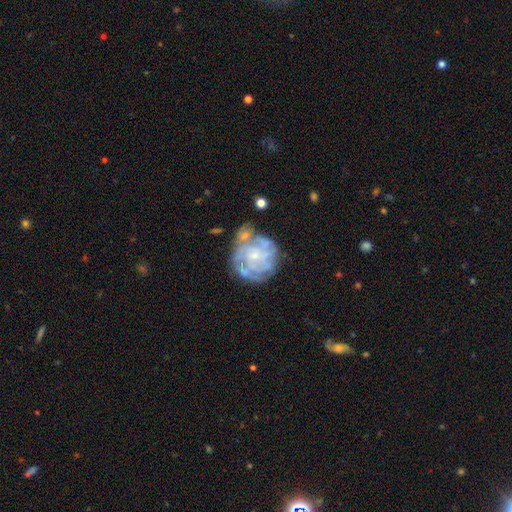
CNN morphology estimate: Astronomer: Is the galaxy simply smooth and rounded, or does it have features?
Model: featured or disk — 78%.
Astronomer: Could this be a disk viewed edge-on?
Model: no — 98%.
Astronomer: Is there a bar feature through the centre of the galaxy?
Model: no — 73%.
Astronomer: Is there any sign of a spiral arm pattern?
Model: yes — 85%.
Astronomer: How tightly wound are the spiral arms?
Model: tight — 64%.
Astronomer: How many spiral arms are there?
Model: can't tell — 42% (runner-up: 4, 21%).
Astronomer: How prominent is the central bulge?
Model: small — 60%.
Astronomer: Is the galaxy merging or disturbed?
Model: none — 59%.